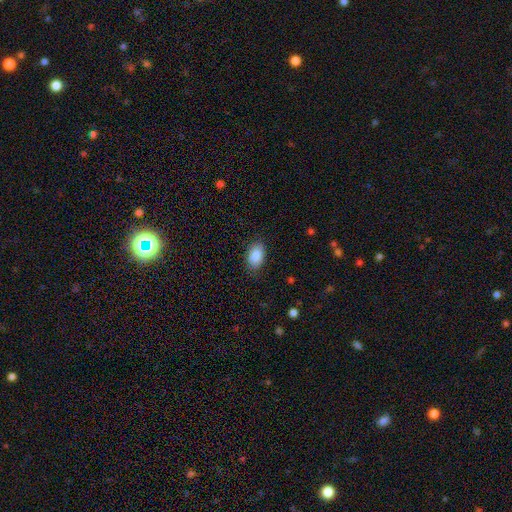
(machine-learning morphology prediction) Smooth or featured?
  - smooth: 86% *
  - featured or disk: 7%
  - star or artifact: 7%
How rounded?
  - in between: 91% *
  - round: 8%
  - cigar-shaped: 1%
Merging?
  - none: 84% *
  - minor disturbance: 13%
  - major disturbance: 3%
  - merger: 1%